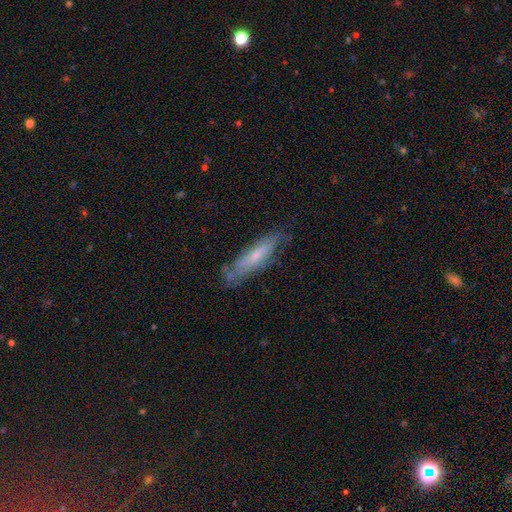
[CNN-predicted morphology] A featured or disk galaxy (47%). Merging: none (65%).